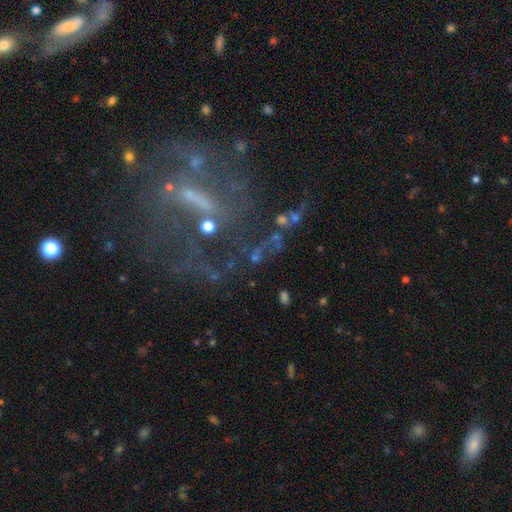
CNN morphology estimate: The model was most divided on "smooth or featured": featured or disk: 45%, star or artifact: 31%, smooth: 24%. More confident: merging — none (57%).